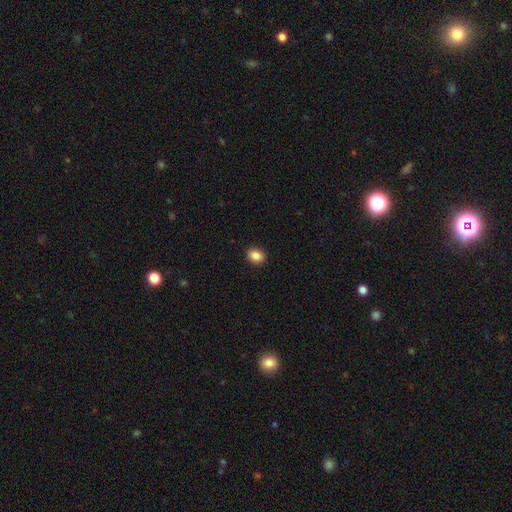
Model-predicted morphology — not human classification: Smooth or featured?
  - smooth: 88% *
  - star or artifact: 9%
  - featured or disk: 3%
How rounded?
  - in between: 59% *
  - round: 40%
  - cigar-shaped: 1%
Merging?
  - none: 91% *
  - minor disturbance: 6%
  - major disturbance: 2%
  - merger: 1%